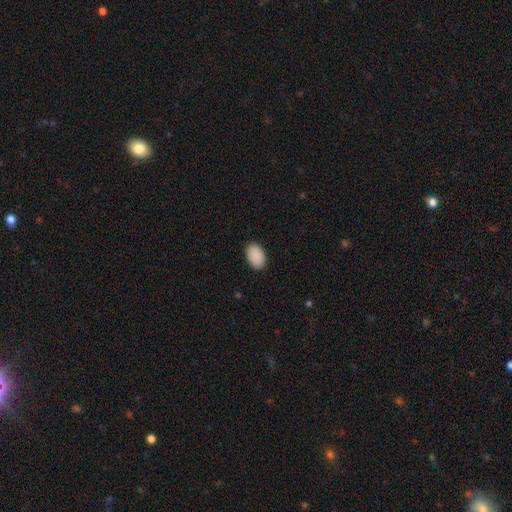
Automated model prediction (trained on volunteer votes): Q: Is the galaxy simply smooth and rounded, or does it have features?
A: smooth — 91%.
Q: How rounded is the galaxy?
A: in between — 91%.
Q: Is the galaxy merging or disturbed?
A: none — 89%.